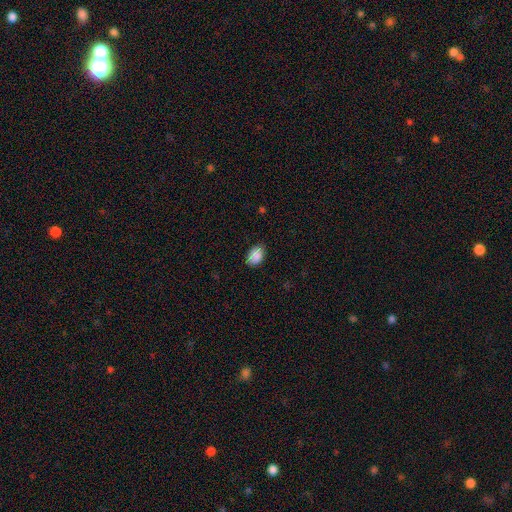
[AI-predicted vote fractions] Smooth or featured? smooth (88%)
How rounded? in between (85%)
Merging? none (78%)